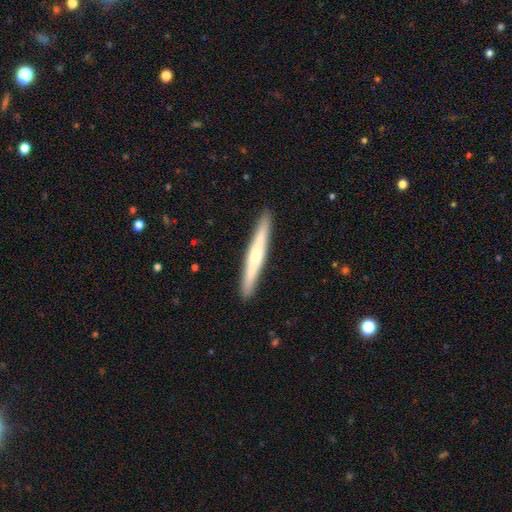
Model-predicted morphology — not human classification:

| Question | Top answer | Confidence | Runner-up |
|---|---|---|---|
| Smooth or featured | featured or disk | 51% | smooth (43%) |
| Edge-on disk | yes | 96% | no (4%) |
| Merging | none | 92% | minor disturbance (6%) |